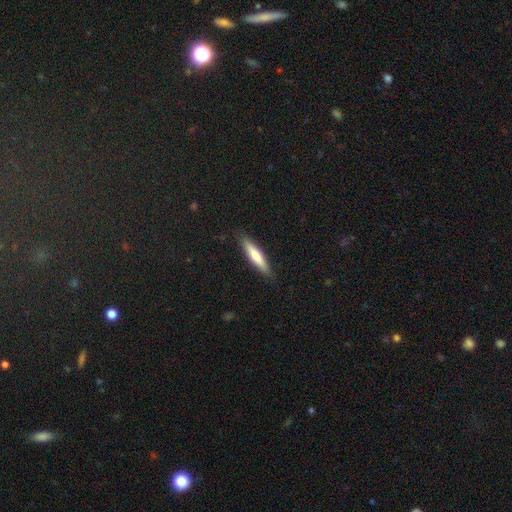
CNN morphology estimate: type=smooth (71%); roundness=cigar-shaped (84%); merging=none (87%).